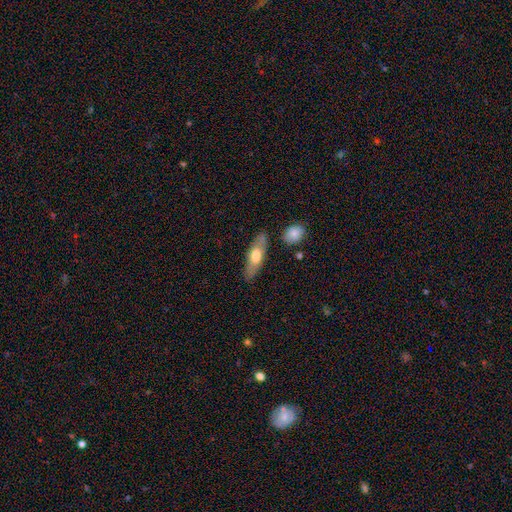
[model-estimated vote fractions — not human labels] Smooth or featured?
  - smooth: 54% *
  - featured or disk: 40%
  - star or artifact: 6%
How rounded?
  - cigar-shaped: 53% *
  - in between: 44%
  - round: 3%
Merging?
  - none: 79% *
  - minor disturbance: 13%
  - merger: 4%
  - major disturbance: 3%